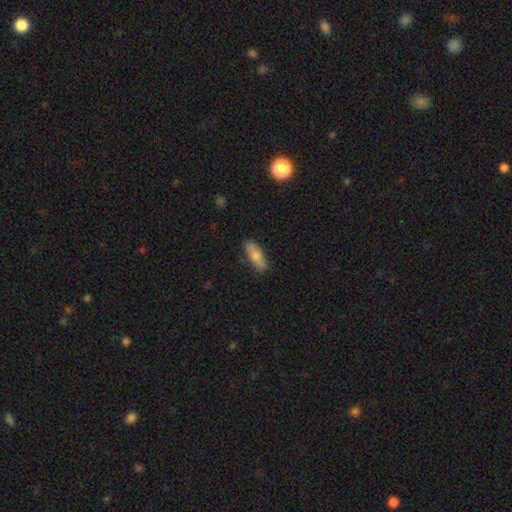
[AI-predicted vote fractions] A smooth galaxy with no disk features (74%) that is in between round and cigar-shaped (72%). Merging: none (83%).